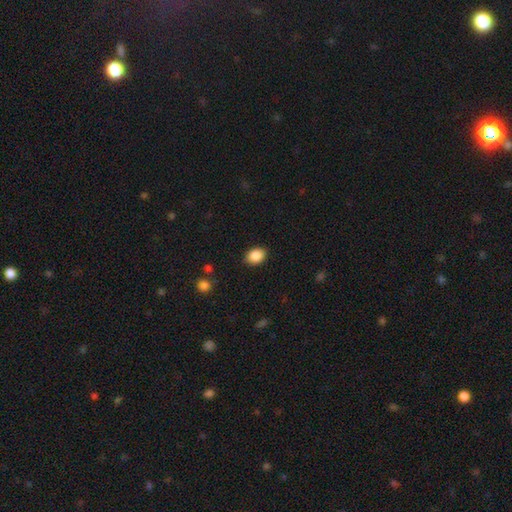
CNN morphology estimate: Smooth or featured: smooth — 88% (star or artifact — 8%)
How rounded: in between — 71% (round — 28%)
Merging: none — 87% (minor disturbance — 10%)